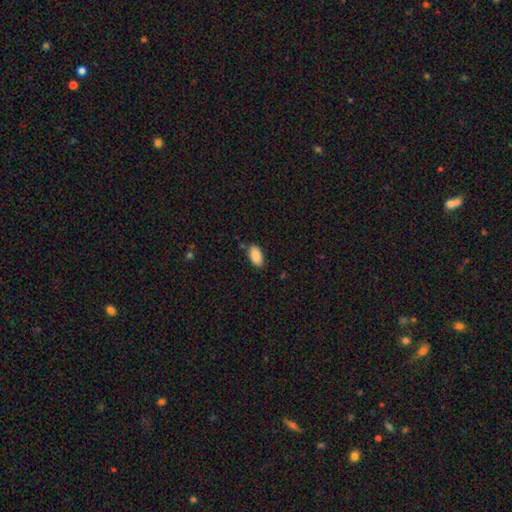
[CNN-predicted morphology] This is clearly a smooth galaxy (89%). How rounded: clearly in between (94%). Merging: clearly none (80%).